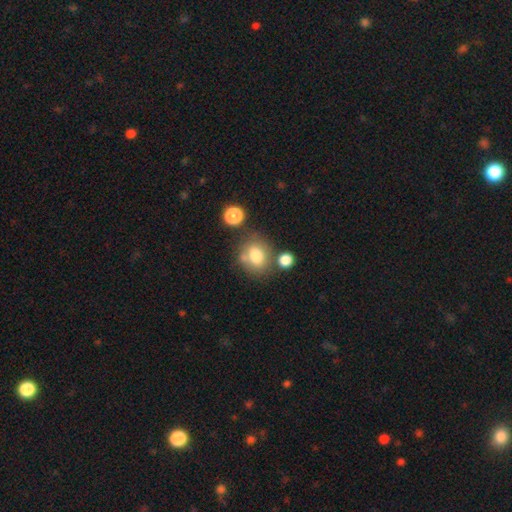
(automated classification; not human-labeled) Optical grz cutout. It shows a smooth galaxy with no disk features (75%) that is round (67%). Merging: none (64%).